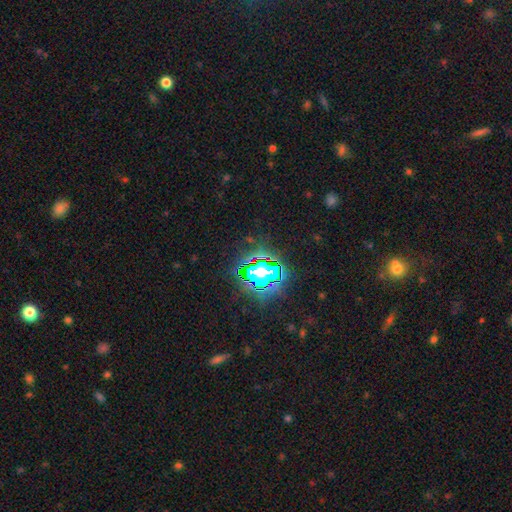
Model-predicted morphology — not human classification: smooth-or-featured: star or artifact: 81% | smooth: 12% | featured or disk: 7%